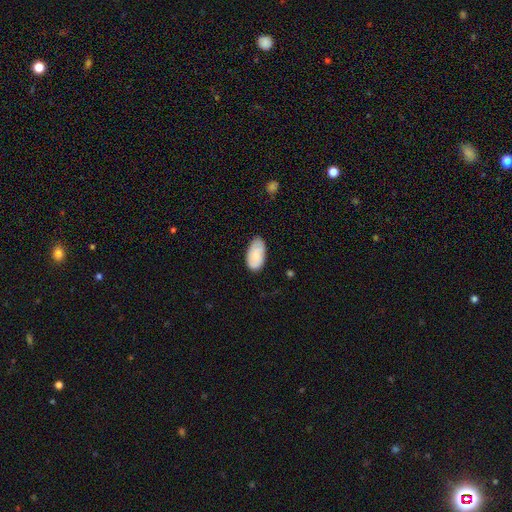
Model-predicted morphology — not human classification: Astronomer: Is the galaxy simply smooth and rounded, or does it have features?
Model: smooth — 77%.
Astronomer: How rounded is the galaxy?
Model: in between — 95%.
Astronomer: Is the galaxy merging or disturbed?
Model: none — 72%.